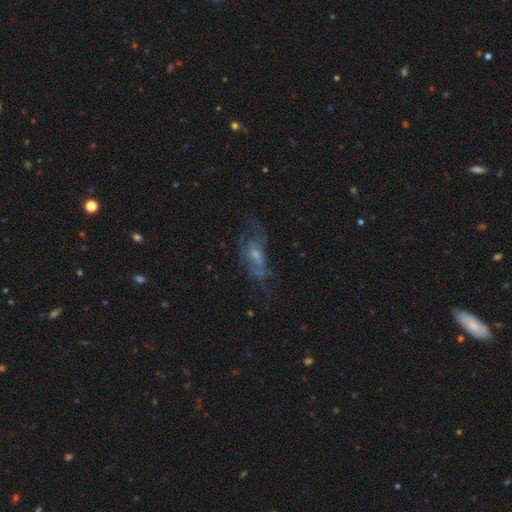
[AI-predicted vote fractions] Morphology: type=featured or disk (61%); edge-on=no (89%); bar=no (66%); spiral arms=yes (55%); bulge=small (49%); merging=none (46%).